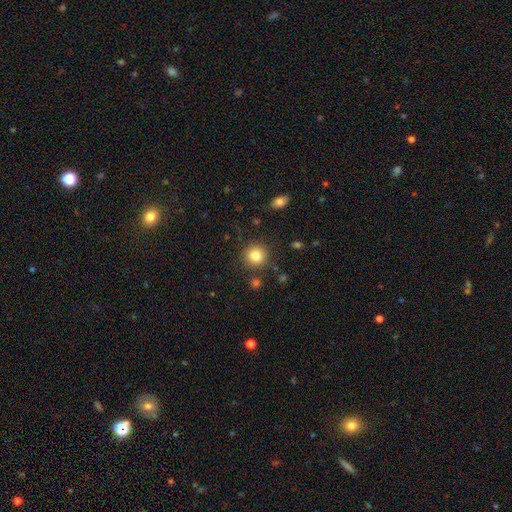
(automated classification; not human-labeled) Morphology: type=smooth (83%); roundness=round (92%); merging=none (87%).